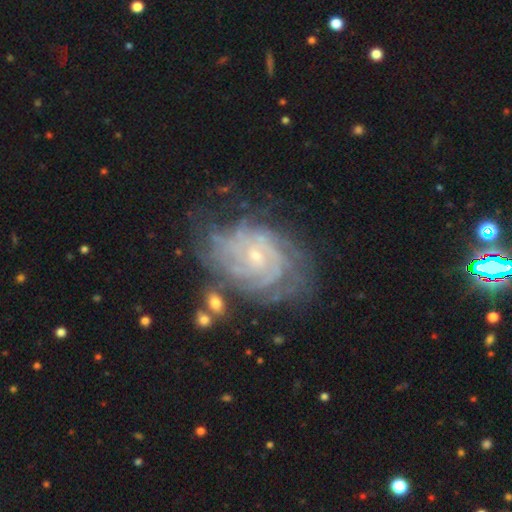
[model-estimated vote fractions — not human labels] Smooth or featured? featured or disk (87%)
Edge-on disk? no (97%)
Bar? no (67%)
Spiral arms? yes (96%)
Spiral winding? tight (76%)
Spiral arm count? can't tell (35%)
Bulge size? small (80%)
Merging? none (62%)